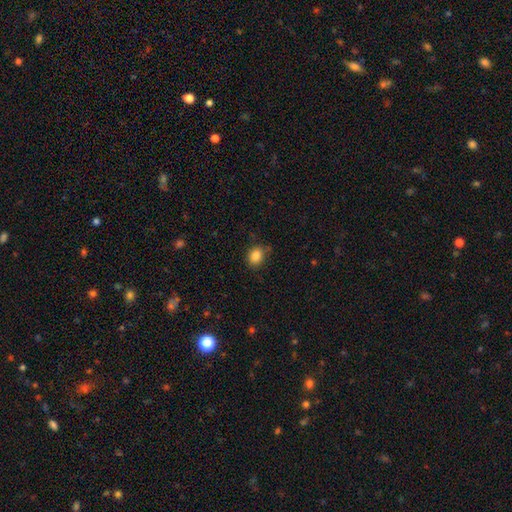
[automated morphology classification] Overall: smooth (86%). How rounded: in between (51%; round 48%). Merging: none (79%).